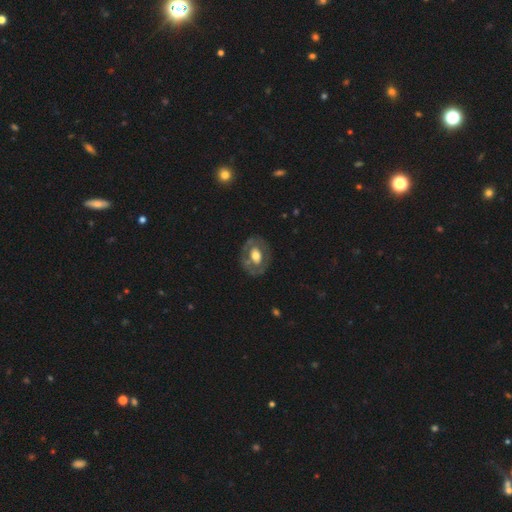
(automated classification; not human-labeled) featured or disk 58%, smooth 37%, star or artifact 6%. Down the decision tree: edge-on disk — no (94%); bar — no (71%); spiral arms — no (77%); bulge size — moderate (53%); merging — none (76%).